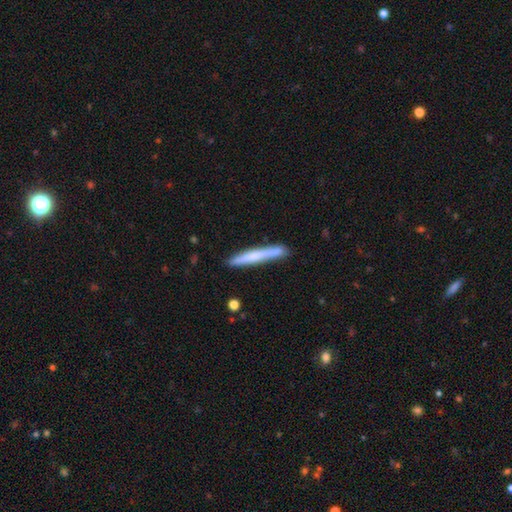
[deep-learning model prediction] smooth_or_featured: smooth (p=0.60) [alt: featured or disk p=0.34]
how_rounded: cigar-shaped (p=0.96) [alt: in between p=0.03]
merging: none (p=0.84) [alt: minor disturbance p=0.12]